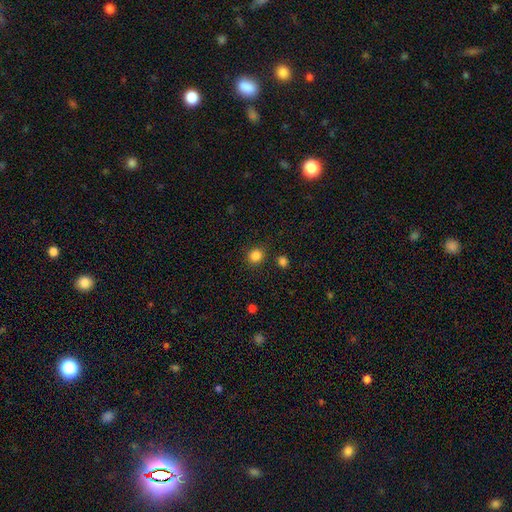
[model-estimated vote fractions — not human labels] smooth_or_featured: smooth (p=0.84) [alt: star or artifact p=0.12]
how_rounded: round (p=0.86) [alt: in between p=0.13]
merging: none (p=0.87) [alt: minor disturbance p=0.07]